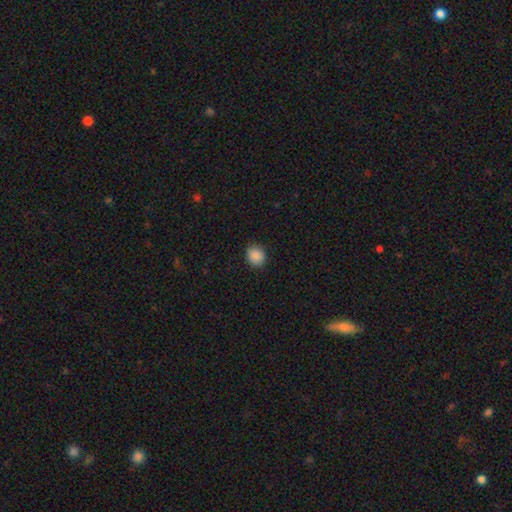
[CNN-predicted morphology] smooth_or_featured: smooth (p=0.88) [alt: star or artifact p=0.09]
how_rounded: round (p=0.70) [alt: in between p=0.29]
merging: none (p=0.89) [alt: minor disturbance p=0.08]